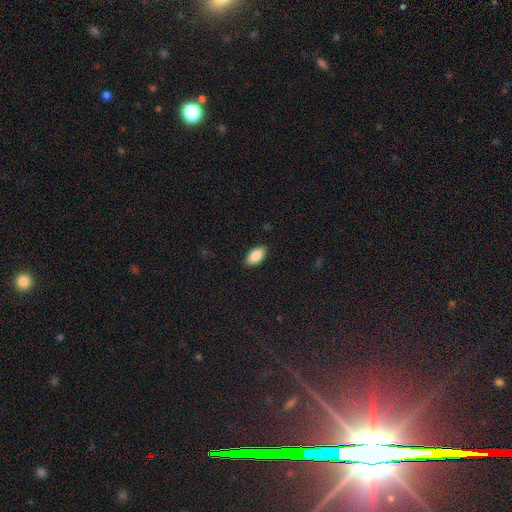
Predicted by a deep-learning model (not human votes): Smooth or featured? smooth (85%)
How rounded? in between (93%)
Merging? none (88%)